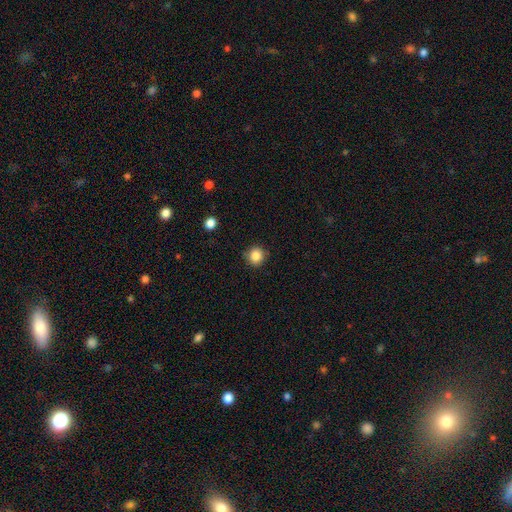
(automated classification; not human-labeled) Smooth or featured? smooth (86%)
How rounded? round (91%)
Merging? none (88%)